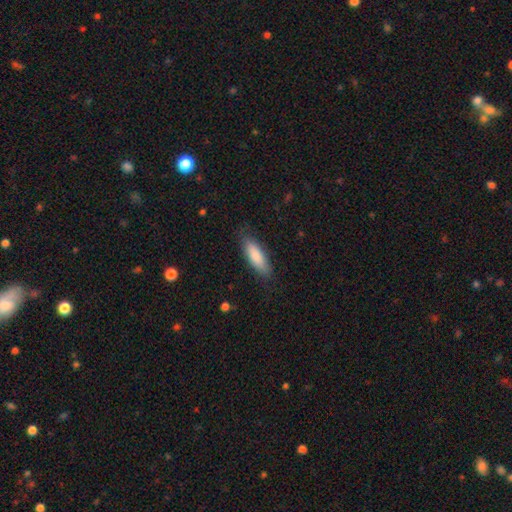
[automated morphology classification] A smooth galaxy with no disk features (86%) that is in between round and cigar-shaped (58%).

Vote fractions:
- Smooth or featured? smooth: 86% / featured or disk: 8% / star or artifact: 5%
- How rounded? in between: 58% / cigar-shaped: 40% / round: 2%
- Merging? none: 82% / minor disturbance: 14% / major disturbance: 3% / merger: 1%